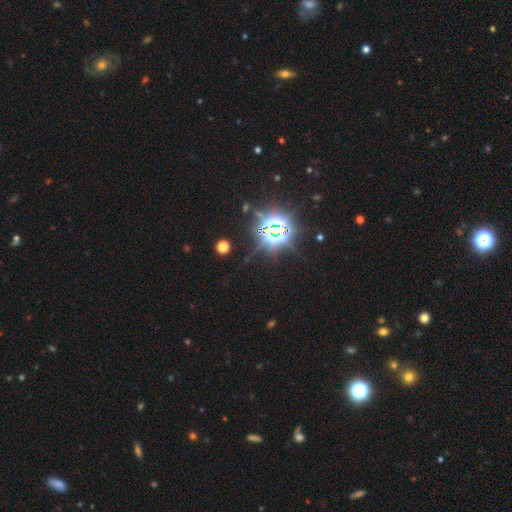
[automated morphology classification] Smooth or featured?
  - star or artifact: 86% *
  - smooth: 8%
  - featured or disk: 6%